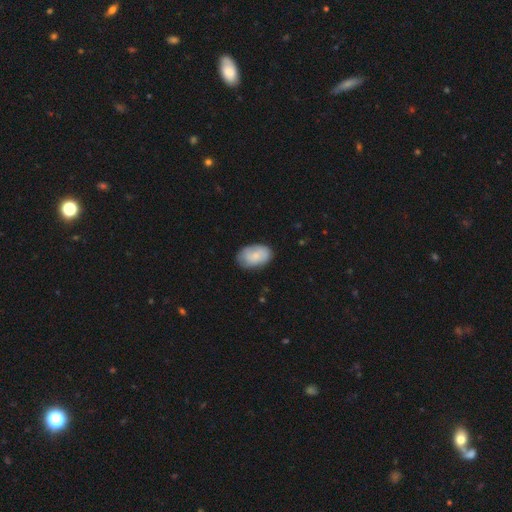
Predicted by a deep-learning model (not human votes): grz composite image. It shows a smooth galaxy with no disk features (78%) that is in between round and cigar-shaped (91%). Merging: none (76%).